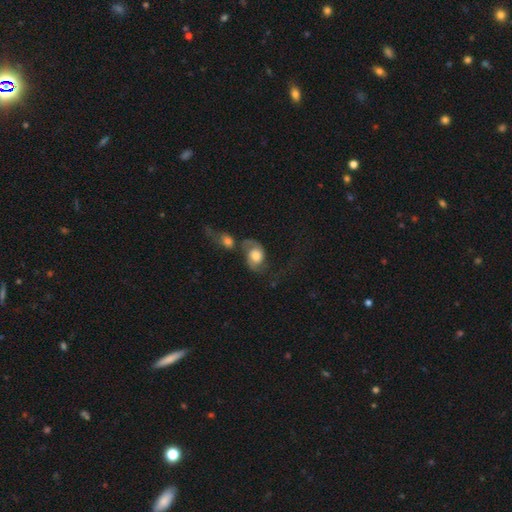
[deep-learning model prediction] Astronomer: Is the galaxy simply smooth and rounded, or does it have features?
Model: featured or disk — 58% (runner-up: smooth, 34%).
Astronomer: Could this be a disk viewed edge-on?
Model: no — 96%.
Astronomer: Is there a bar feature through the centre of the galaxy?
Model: no — 74%.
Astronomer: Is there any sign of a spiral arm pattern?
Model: yes — 85%.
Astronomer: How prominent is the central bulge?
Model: moderate — 44% (runner-up: large, 38%).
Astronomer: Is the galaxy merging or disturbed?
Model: merger — 47% (runner-up: none, 23%).